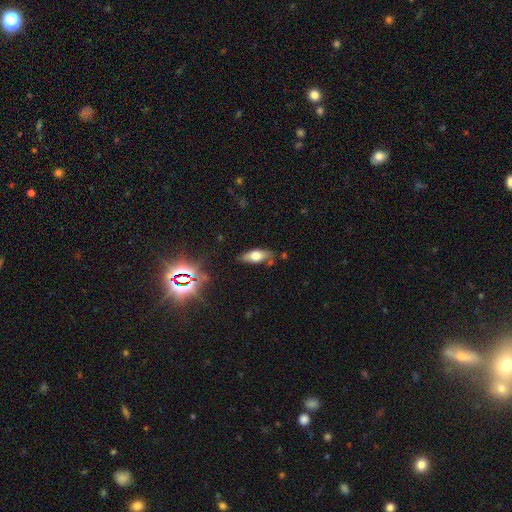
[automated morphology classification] A smooth galaxy with no disk features (59%) that is in between round and cigar-shaped (71%). Merging: none (77%).